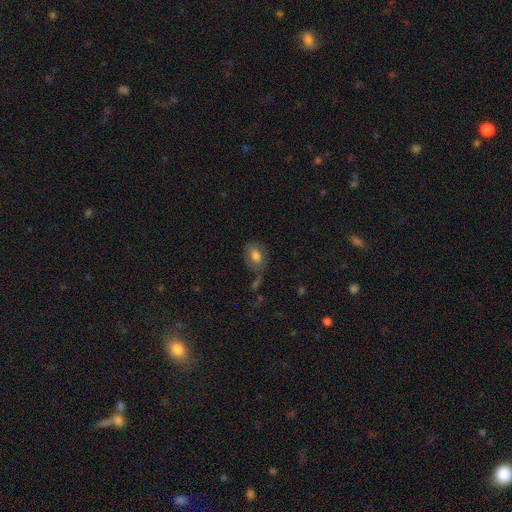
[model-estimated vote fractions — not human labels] Smooth or featured?
  - smooth: 72% *
  - featured or disk: 19%
  - star or artifact: 9%
How rounded?
  - in between: 82% *
  - round: 16%
  - cigar-shaped: 2%
Merging?
  - none: 55% *
  - minor disturbance: 22%
  - major disturbance: 14%
  - merger: 8%